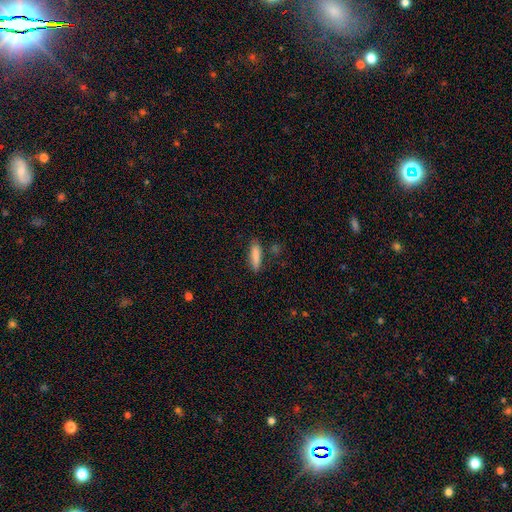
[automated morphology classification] Smooth or featured? Predicted: smooth (p=0.86). How rounded? Predicted: cigar-shaped (p=0.69). Merging? Predicted: none (p=0.80).